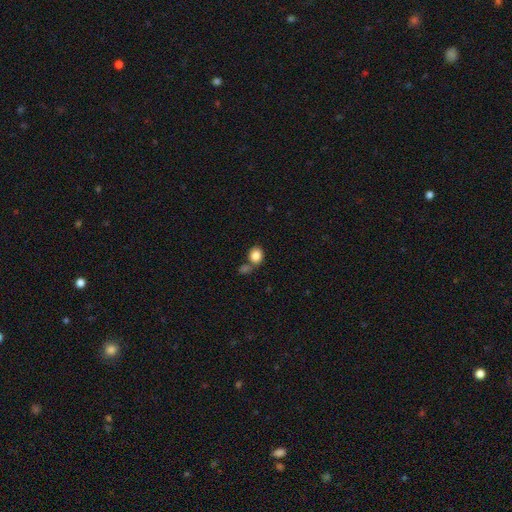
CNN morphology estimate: A smooth galaxy with no disk features (85%) that is round (65%).

Vote fractions:
- Smooth or featured? smooth: 85% / star or artifact: 9% / featured or disk: 6%
- How rounded? round: 65% / in between: 34% / cigar-shaped: 1%
- Merging? none: 54% / merger: 29% / minor disturbance: 12% / major disturbance: 5%